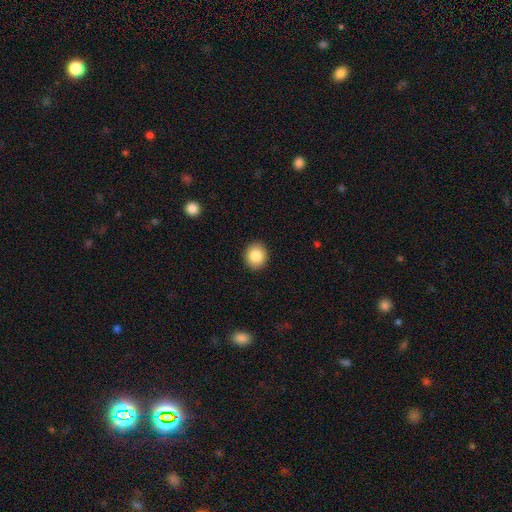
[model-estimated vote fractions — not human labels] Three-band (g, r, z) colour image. It shows a smooth galaxy with no disk features (86%) that is round (75%). Merging: none (92%).